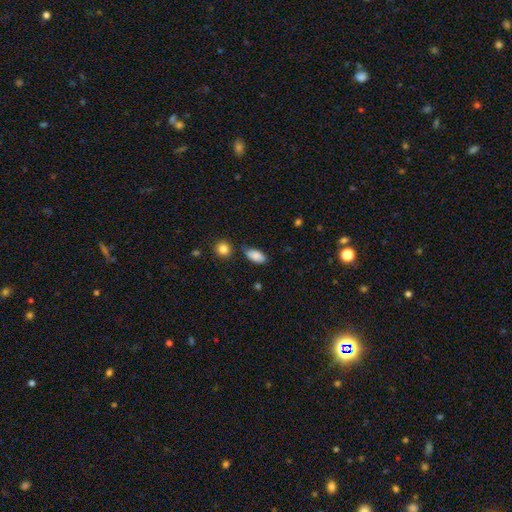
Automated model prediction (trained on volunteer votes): Smooth or featured? Predicted: smooth (p=0.87). How rounded? Predicted: in between (p=0.90). Merging? Predicted: none (p=0.69).